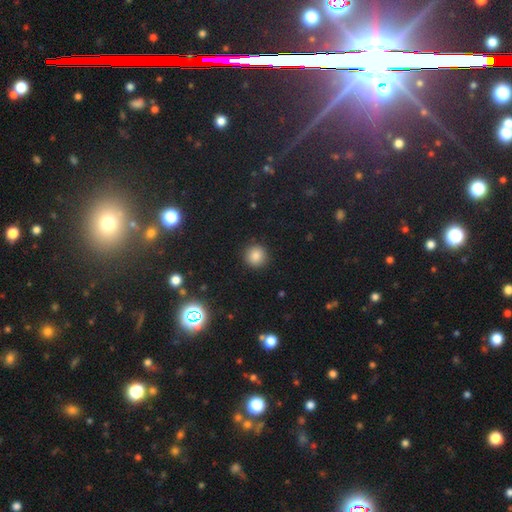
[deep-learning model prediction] Morphology: type=smooth (82%); roundness=round (94%); merging=none (91%).